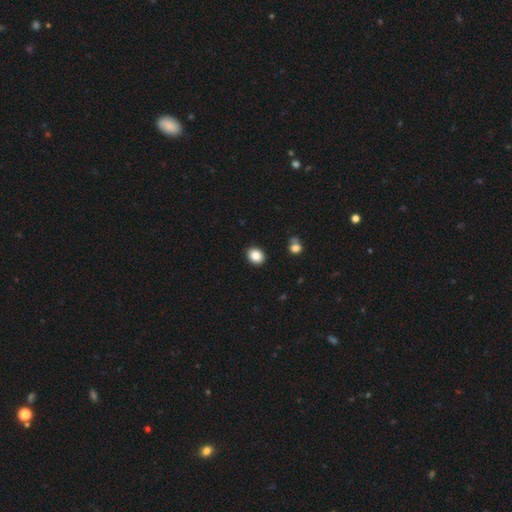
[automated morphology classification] smooth 86%, star or artifact 9%, featured or disk 5%. Down the decision tree: how rounded — round (57%); merging — none (90%).